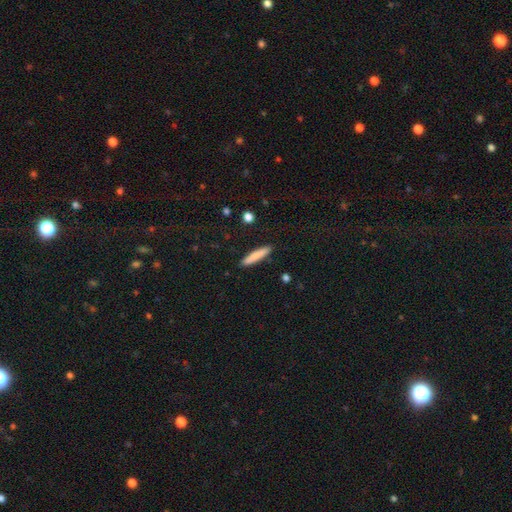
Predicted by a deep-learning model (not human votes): Morphology: type=smooth (81%); roundness=cigar-shaped (90%); merging=none (90%).